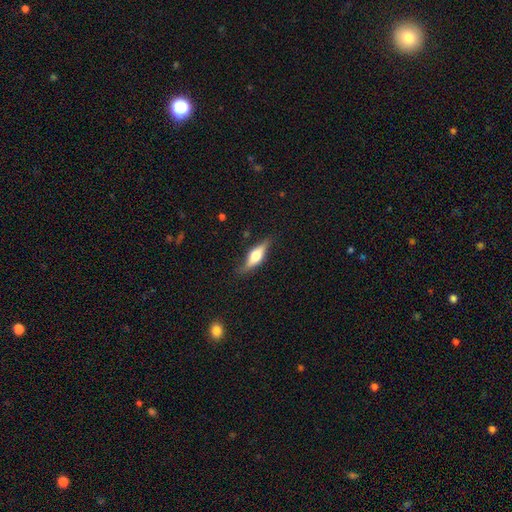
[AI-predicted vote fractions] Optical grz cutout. It shows a featured or disk galaxy (58%) viewed edge-on (90%) with a rounded central bulge (91%). Merging: none (77%).